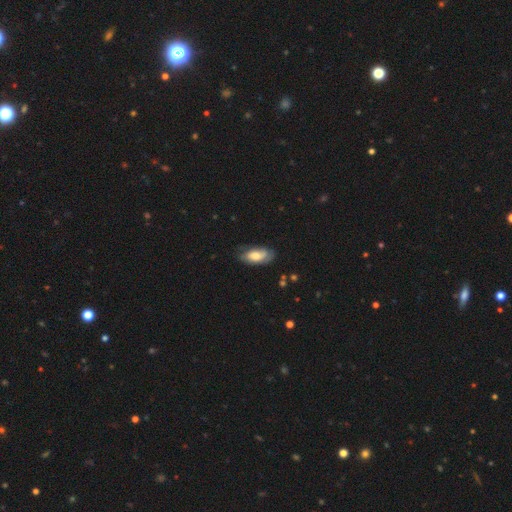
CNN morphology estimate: smooth-or-featured: smooth: 54% | featured or disk: 39% | star or artifact: 7%
  how-rounded: in between: 89% | cigar-shaped: 8% | round: 3%
  merging: none: 68% | minor disturbance: 24% | major disturbance: 7% | merger: 2%